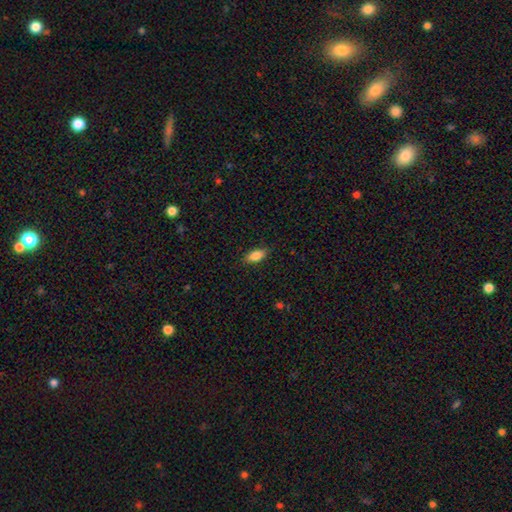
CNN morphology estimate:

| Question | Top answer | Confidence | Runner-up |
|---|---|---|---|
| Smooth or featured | smooth | 83% | featured or disk (10%) |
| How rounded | in between | 85% | cigar-shaped (11%) |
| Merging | none | 86% | minor disturbance (10%) |